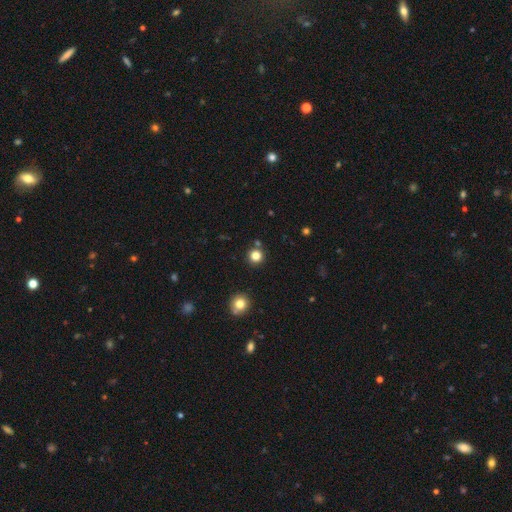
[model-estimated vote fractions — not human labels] A smooth galaxy with no disk features (81%) that is round (95%). Merging: none (86%).